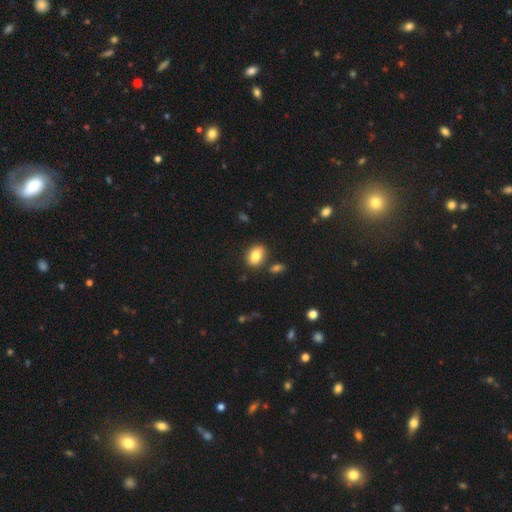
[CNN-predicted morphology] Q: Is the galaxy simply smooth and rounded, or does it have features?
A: smooth — 84%.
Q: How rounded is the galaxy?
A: in between — 80%.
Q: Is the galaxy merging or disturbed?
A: none — 78%.